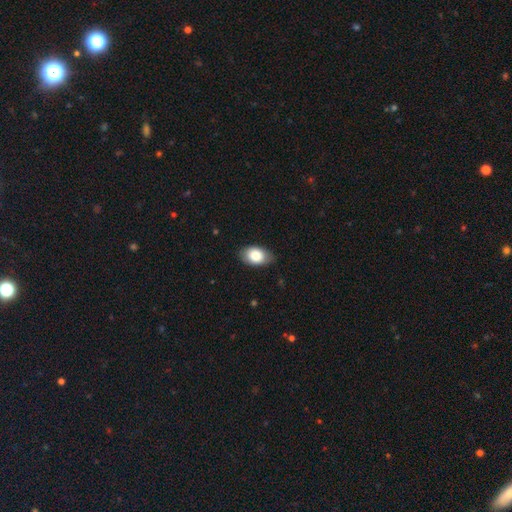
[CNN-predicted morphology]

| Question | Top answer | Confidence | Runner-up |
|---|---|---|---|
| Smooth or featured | smooth | 82% | featured or disk (11%) |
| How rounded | in between | 88% | round (10%) |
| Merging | none | 79% | minor disturbance (17%) |